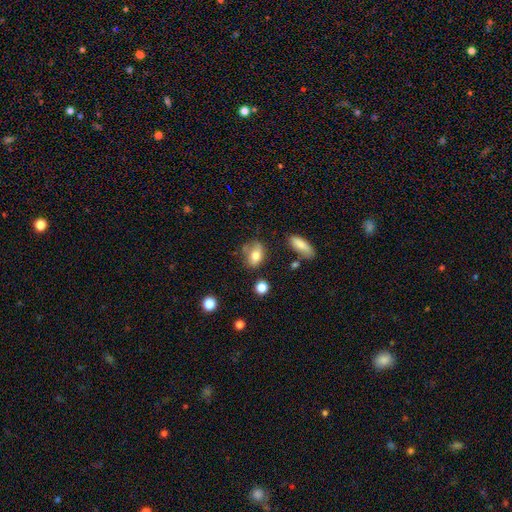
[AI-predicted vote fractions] Smooth or featured: smooth — 74% (featured or disk — 17%)
How rounded: in between — 78% (round — 19%)
Merging: none — 53% (minor disturbance — 28%)